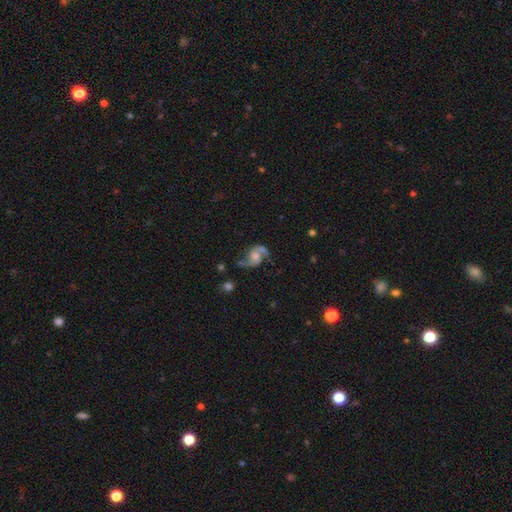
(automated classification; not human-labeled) The model was most divided on "bulge size": moderate: 43%, small: 24%, large: 17%, none: 14%, dominant: 2%. More confident: edge-on disk — no (98%); spiral arms — yes (96%); spiral arm count — 2 (92%); smooth or featured — featured or disk (86%); merging — none (65%); bar — no (58%); spiral winding — loose (57%).